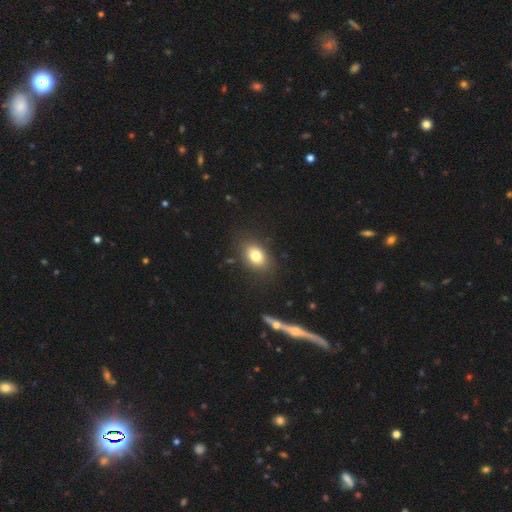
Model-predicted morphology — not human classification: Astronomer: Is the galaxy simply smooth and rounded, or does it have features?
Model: smooth — 78%.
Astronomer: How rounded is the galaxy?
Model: in between — 77%.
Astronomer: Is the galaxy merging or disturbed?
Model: none — 83%.